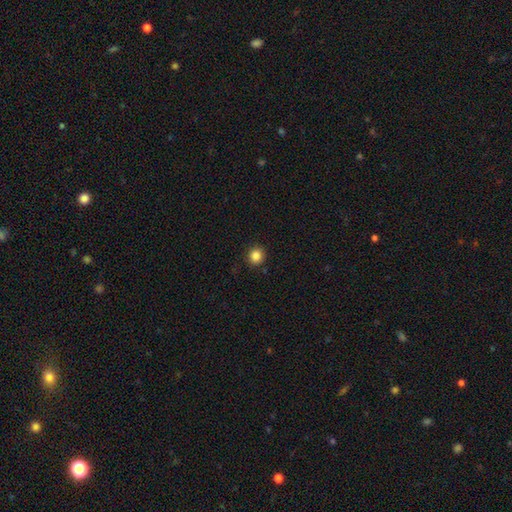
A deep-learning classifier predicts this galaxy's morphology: A smooth galaxy with no disk features (85%) that is round (90%). Merging: none (91%).